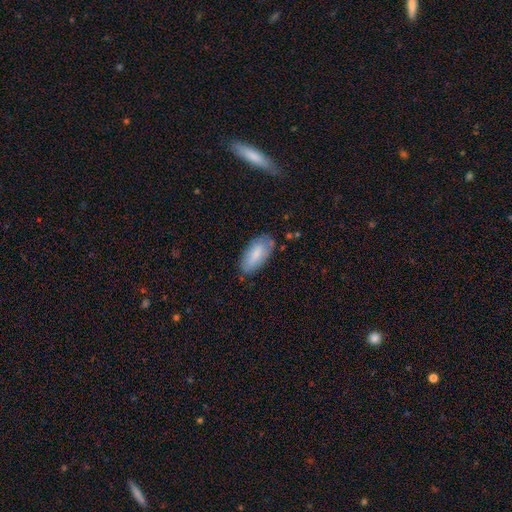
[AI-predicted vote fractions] Smooth or featured: smooth — 79% (featured or disk — 15%)
How rounded: in between — 88% (cigar-shaped — 10%)
Merging: none — 74% (minor disturbance — 20%)